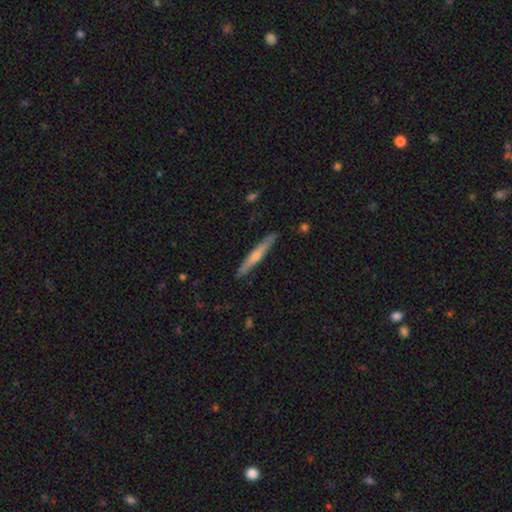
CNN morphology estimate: smooth-or-featured: smooth: 49% | featured or disk: 46% | star or artifact: 5%
  merging: none: 90% | minor disturbance: 8% | major disturbance: 1% | merger: 1%